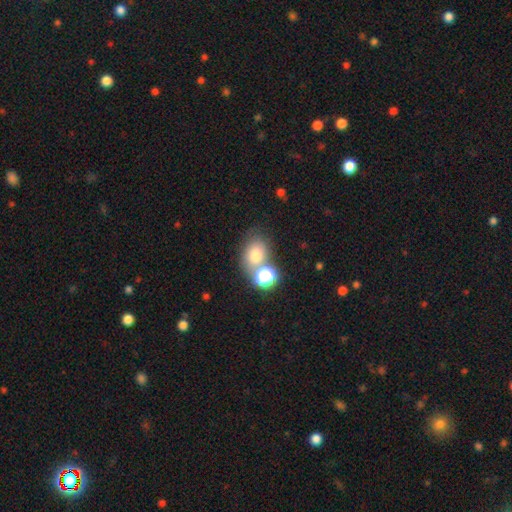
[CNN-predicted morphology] Smooth or featured?
  - smooth: 73% *
  - star or artifact: 16%
  - featured or disk: 11%
How rounded?
  - round: 53% *
  - in between: 46%
  - cigar-shaped: 1%
Merging?
  - none: 53% *
  - merger: 29%
  - minor disturbance: 12%
  - major disturbance: 6%